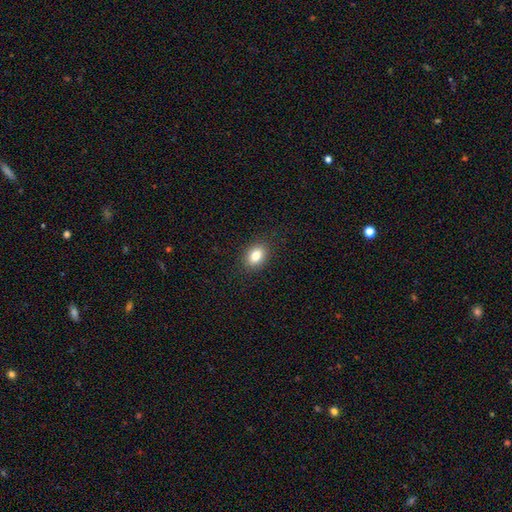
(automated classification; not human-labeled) smooth_or_featured: smooth (p=0.82) [alt: star or artifact p=0.10]
how_rounded: in between (p=0.71) [alt: round p=0.27]
merging: none (p=0.89) [alt: minor disturbance p=0.08]